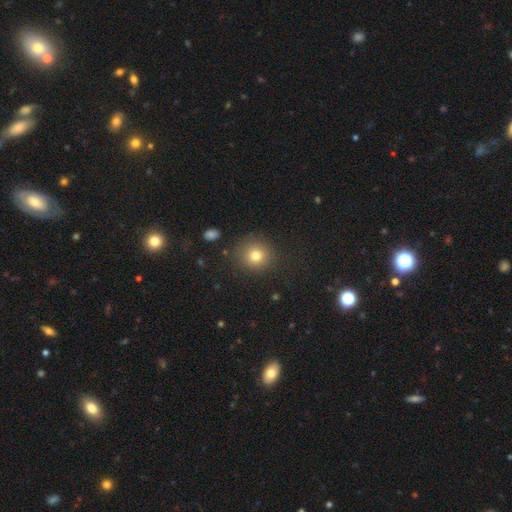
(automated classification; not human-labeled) The model was most divided on "smooth or featured": smooth: 77%, star or artifact: 14%, featured or disk: 9%. More confident: how rounded — round (91%); merging — none (86%).